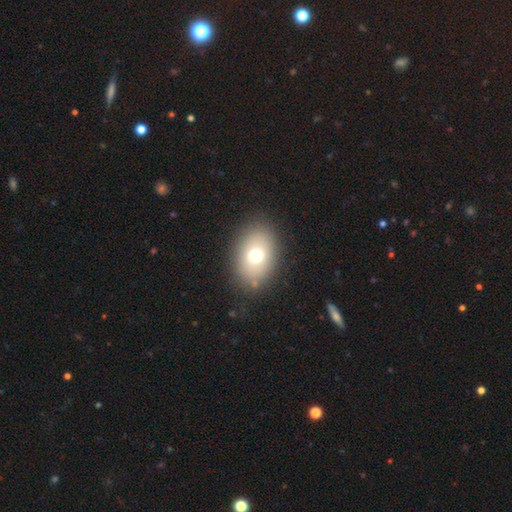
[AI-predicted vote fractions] Smooth or featured? smooth (71%)
How rounded? in between (73%)
Merging? none (84%)